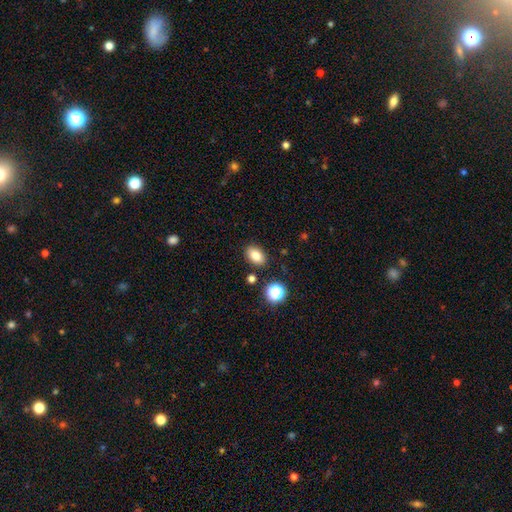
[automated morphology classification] smooth 81%, star or artifact 11%, featured or disk 7%. Down the decision tree: how rounded — in between (81%); merging — none (85%).